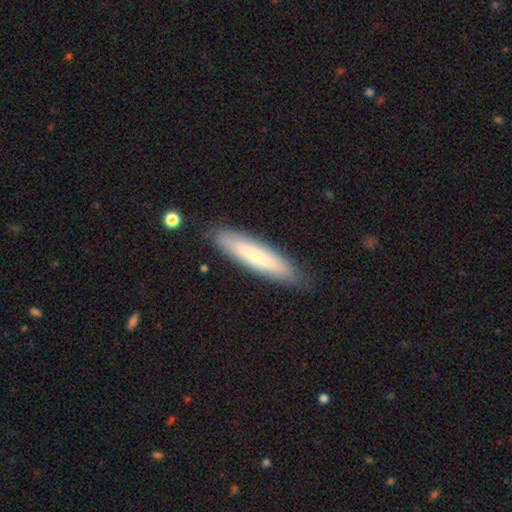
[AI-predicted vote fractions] smooth-or-featured: smooth: 65% | featured or disk: 29% | star or artifact: 6%
  how-rounded: cigar-shaped: 82% | in between: 17% | round: 1%
  merging: none: 85% | minor disturbance: 11% | major disturbance: 2% | merger: 1%